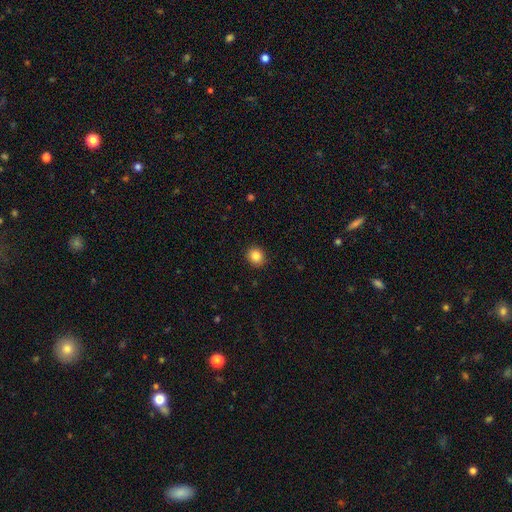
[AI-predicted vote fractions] smooth 86%, star or artifact 10%, featured or disk 4%. Down the decision tree: how rounded — round (78%); merging — none (90%).